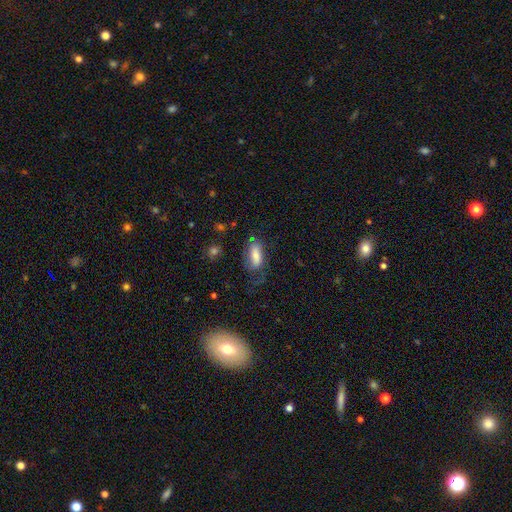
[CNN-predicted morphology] This is likely a smooth galaxy (71%). How rounded: clearly in between (82%). Merging: possibly none (53%).